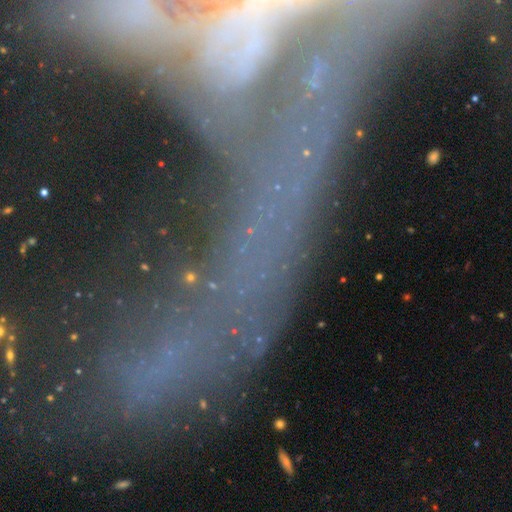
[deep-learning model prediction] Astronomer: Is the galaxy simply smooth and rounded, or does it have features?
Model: star or artifact — 42% (runner-up: featured or disk, 40%).